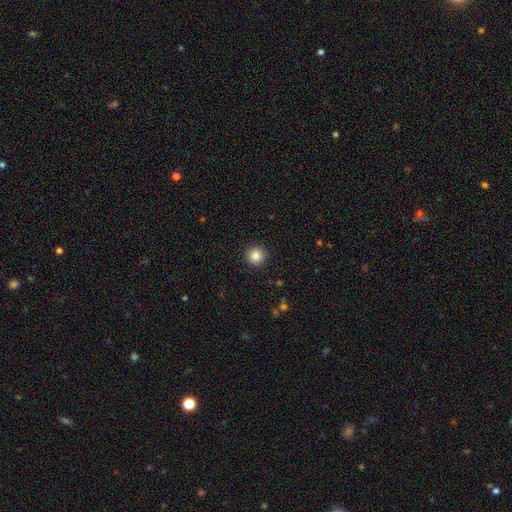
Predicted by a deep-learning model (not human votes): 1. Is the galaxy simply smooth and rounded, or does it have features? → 85% smooth, 10% star or artifact, 5% featured or disk.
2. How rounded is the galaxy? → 96% round, 3% in between, 1% cigar-shaped.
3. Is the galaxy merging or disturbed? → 92% none, 5% minor disturbance, 2% major disturbance, 1% merger.